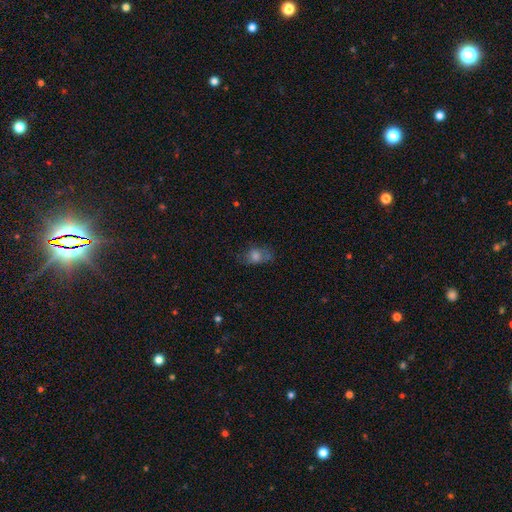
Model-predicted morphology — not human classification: smooth-or-featured: smooth: 62% | featured or disk: 23% | star or artifact: 16%
  how-rounded: in between: 76% | round: 20% | cigar-shaped: 4%
  merging: none: 58% | minor disturbance: 25% | major disturbance: 14% | merger: 3%